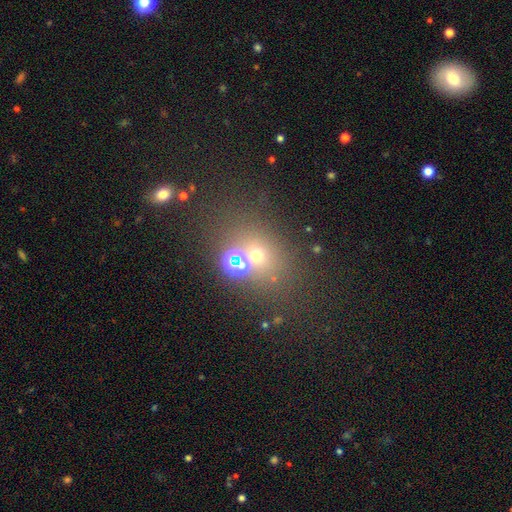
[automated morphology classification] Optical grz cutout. It shows a smooth galaxy with no disk features (51%) that is round (63%). Merging: none (64%).